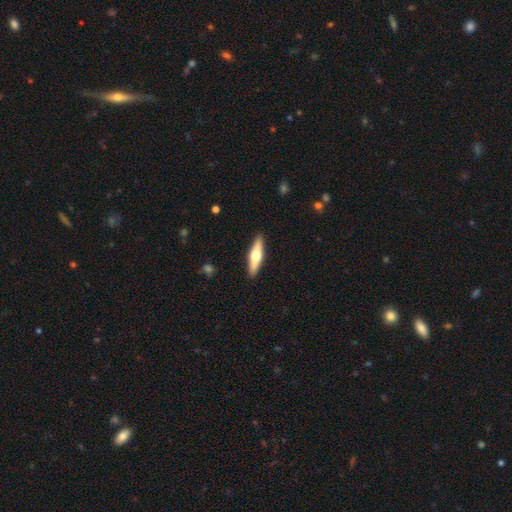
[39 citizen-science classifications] Smooth or featured: featured or disk — 56% (smooth — 33%)
Edge-on disk: yes — 100%
Edge-on bulge: rounded — 100%
Merging: none — 89% (major disturbance — 9%)